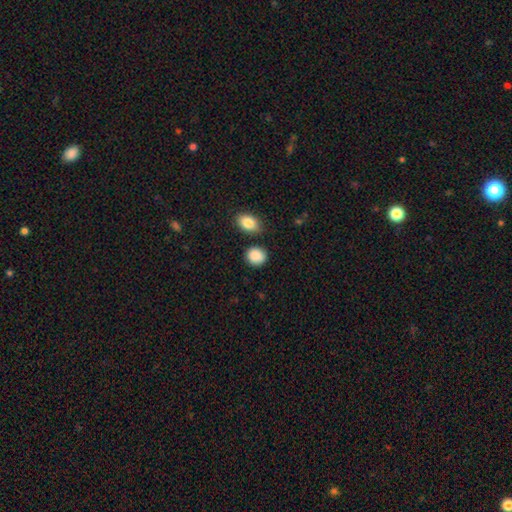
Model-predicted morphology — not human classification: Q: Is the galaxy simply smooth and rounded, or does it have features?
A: smooth — 90%.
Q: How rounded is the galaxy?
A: round — 71%.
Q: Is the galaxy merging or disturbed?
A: none — 82%.